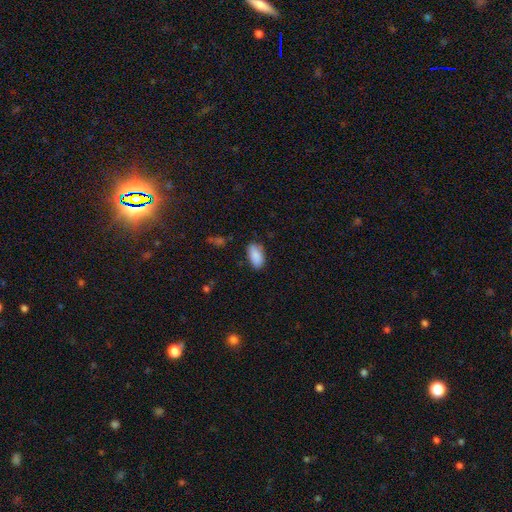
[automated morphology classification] Overall: smooth (89%). How rounded: in between (93%). Merging: none (80%).